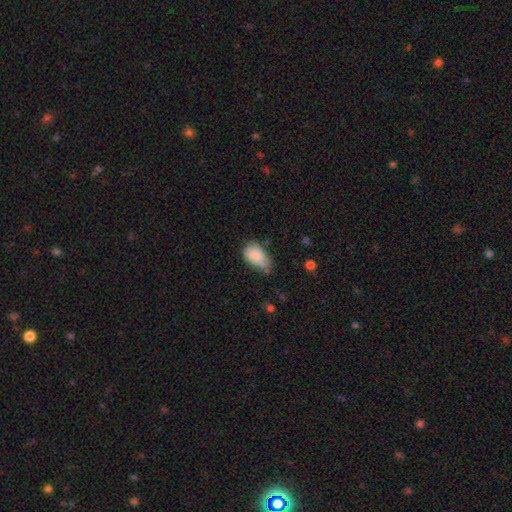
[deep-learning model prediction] smooth 80%, featured or disk 12%, star or artifact 7%. Down the decision tree: how rounded — in between (91%); merging — minor disturbance (44%).